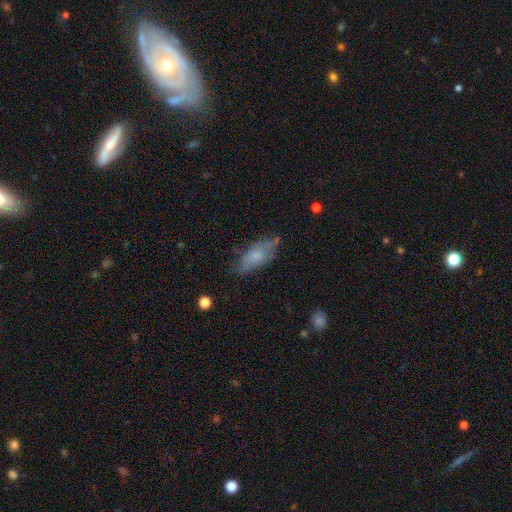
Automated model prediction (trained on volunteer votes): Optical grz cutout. It shows a smooth galaxy with no disk features (63%) that is in between round and cigar-shaped (78%). Merging: none (60%).